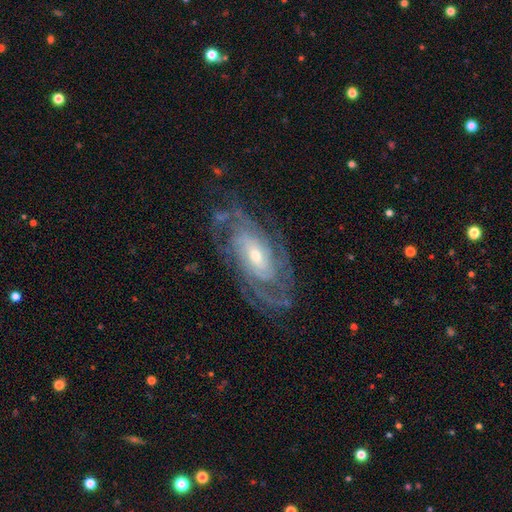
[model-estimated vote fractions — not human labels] Smooth or featured? featured or disk (89%)
Edge-on disk? no (94%)
Bar? no (57%)
Spiral arms? yes (97%)
Spiral winding? tight (70%)
Spiral arm count? can't tell (28%)
Bulge size? small (54%)
Merging? none (75%)